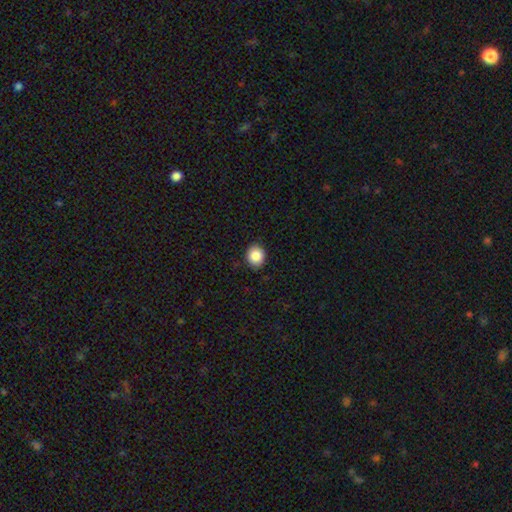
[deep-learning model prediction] This appears to be a smooth galaxy with no disk features (87%) that is round (77%). Merging: none (89%).